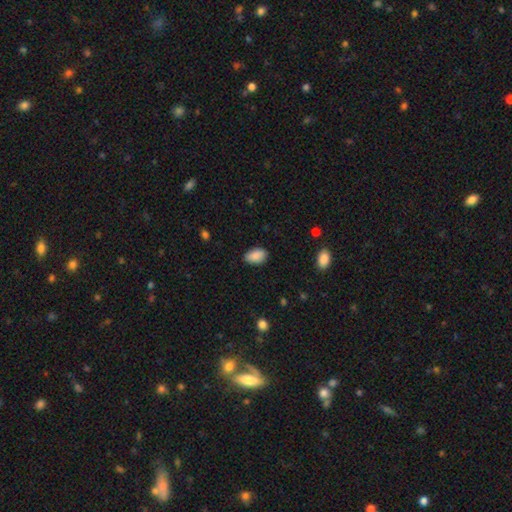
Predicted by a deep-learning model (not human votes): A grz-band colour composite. It shows a smooth galaxy with no disk features (88%) that is in between round and cigar-shaped (91%). Merging: none (84%).